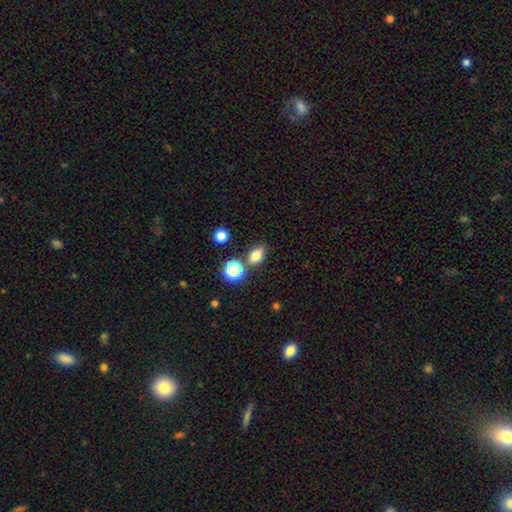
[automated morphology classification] Smooth or featured? smooth (78%)
How rounded? in between (71%)
Merging? none (76%)